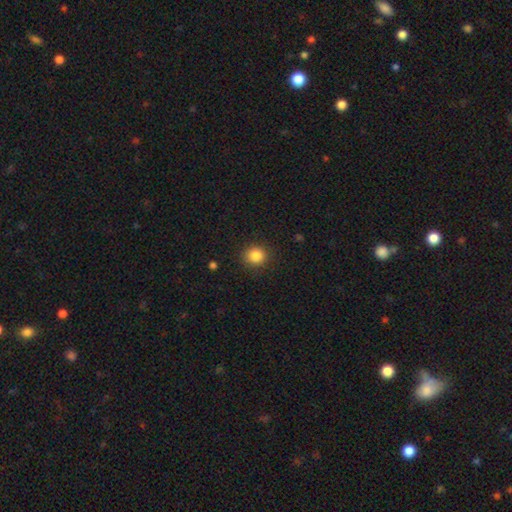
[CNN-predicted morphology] Smooth or featured? Predicted: smooth (p=0.85). How rounded? Predicted: round (p=0.88). Merging? Predicted: none (p=0.89).